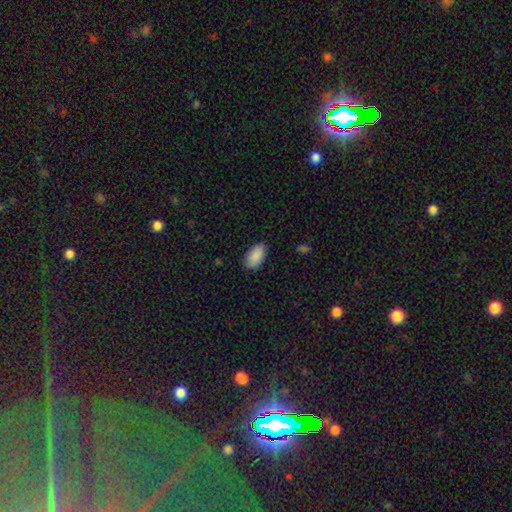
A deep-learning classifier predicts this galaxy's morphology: This appears to be a smooth galaxy with no disk features (89%) that is in between round and cigar-shaped (95%). Merging: none (85%).